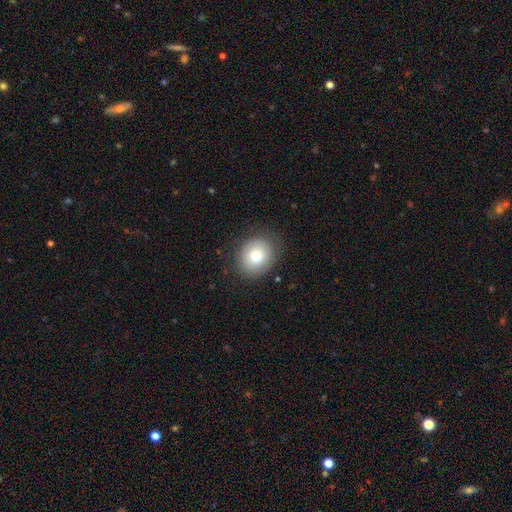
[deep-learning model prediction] smooth 78%, featured or disk 13%, star or artifact 10%. Down the decision tree: how rounded — round (58%); merging — none (84%).